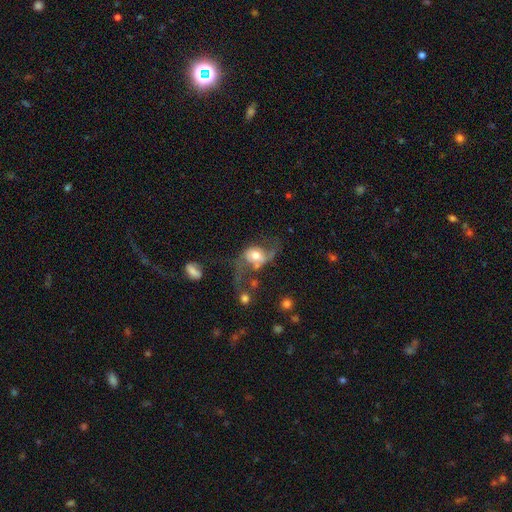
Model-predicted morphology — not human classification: Smooth or featured? featured or disk (53%)
Edge-on disk? no (94%)
Bar? no (69%)
Spiral arms? yes (66%)
Bulge size? moderate (64%)
Merging? major disturbance (43%)